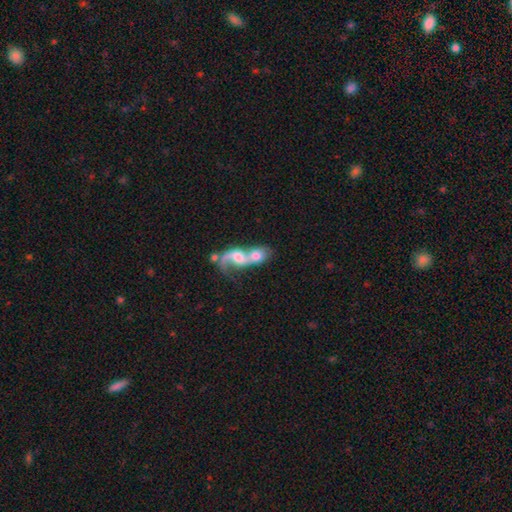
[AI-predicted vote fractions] This is possibly a featured or disk galaxy (55%). It is clearly not viewed edge-on (95%). Bar: likely no (60%). Spiral arm pattern: likely yes (71%). Central bulge: marginally moderate (43%). Merging: clearly merger (83%).